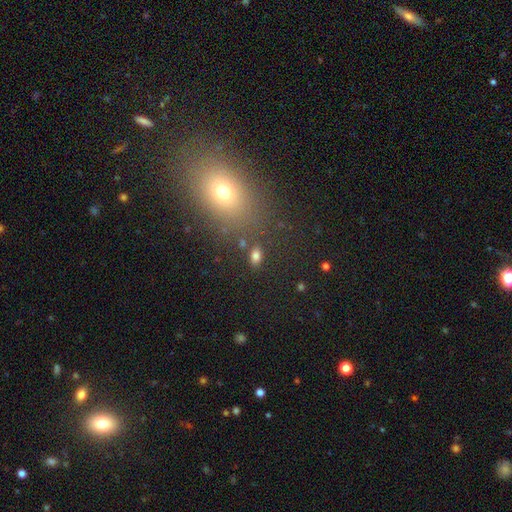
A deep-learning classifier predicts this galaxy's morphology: Smooth or featured? Predicted: smooth (p=0.79). How rounded? Predicted: in between (p=0.87). Merging? Predicted: none (p=0.81).